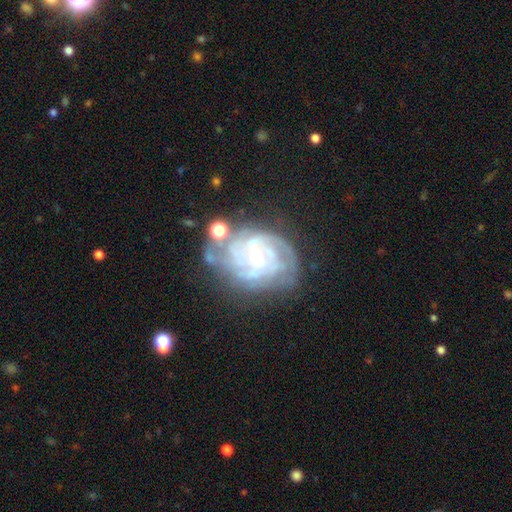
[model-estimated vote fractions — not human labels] The model was most divided on "spiral arm count": can't tell: 30%, 3: 23%, 4: 18%, 2: 17%, more than 4: 7%, 1: 5%. Remaining: edge-on disk — no (97%); spiral arms — yes (95%); smooth or featured — featured or disk (87%); spiral winding — tight (61%); merging — none (58%); bulge size — small (53%); bar — weak (47%).